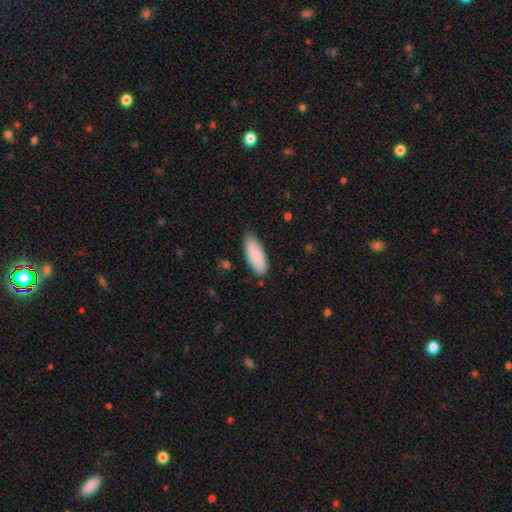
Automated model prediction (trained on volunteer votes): smooth-or-featured: smooth: 76% | featured or disk: 18% | star or artifact: 6%
  how-rounded: in between: 83% | cigar-shaped: 15% | round: 2%
  merging: none: 82% | minor disturbance: 14% | major disturbance: 2% | merger: 2%